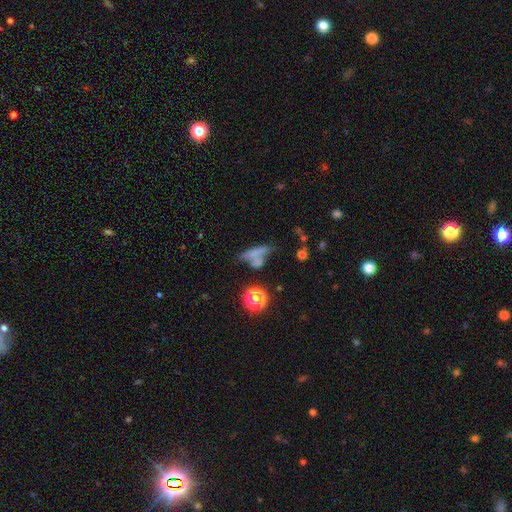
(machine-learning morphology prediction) Smooth or featured? smooth (57%)
How rounded? cigar-shaped (50%)
Merging? none (39%)